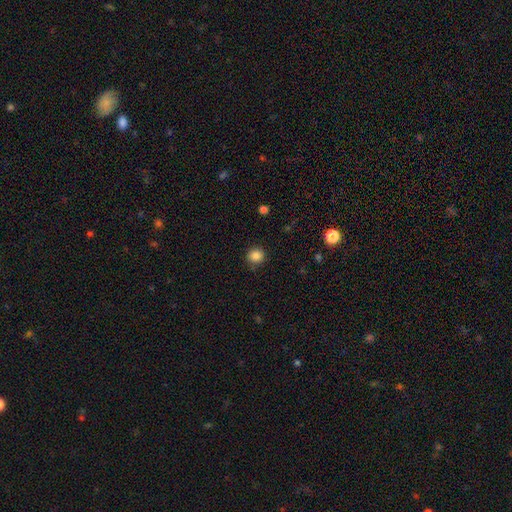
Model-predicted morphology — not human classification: Smooth or featured?
  - smooth: 86% *
  - star or artifact: 11%
  - featured or disk: 3%
How rounded?
  - round: 91% *
  - in between: 8%
  - cigar-shaped: 1%
Merging?
  - none: 85% *
  - minor disturbance: 11%
  - major disturbance: 3%
  - merger: 1%